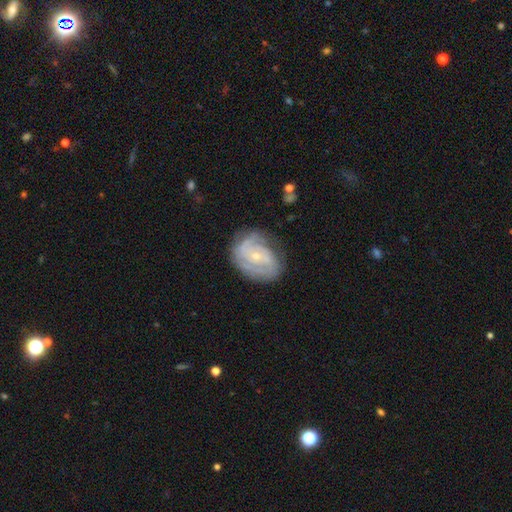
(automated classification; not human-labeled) Smooth or featured? Predicted: featured or disk (p=0.73). Edge-on disk? Predicted: no (p=0.97). Bar? Predicted: no (p=0.61). Spiral arms? Predicted: yes (p=0.87). Spiral winding? Predicted: tight (p=0.50). Spiral arm count? Predicted: can't tell (p=0.36). Bulge size? Predicted: small (p=0.72). Merging? Predicted: none (p=0.66).